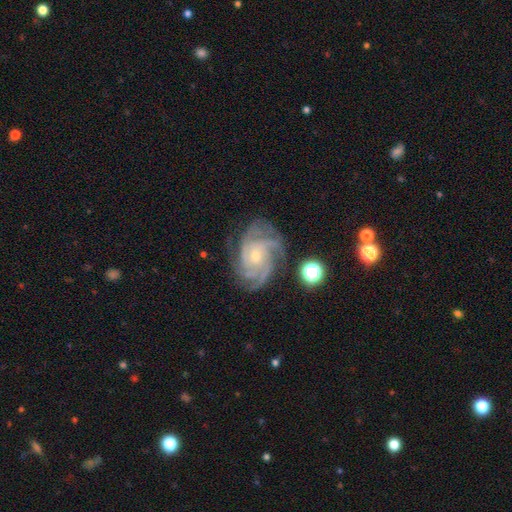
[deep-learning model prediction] A featured or disk galaxy (89%) with no bar (73%), 4 (39%) tight (64%) spiral arms (98%) and a small central bulge (63%).

Vote fractions:
- Smooth or featured? featured or disk: 89% / star or artifact: 7% / smooth: 5%
- Edge-on disk? no: 97% / yes: 3%
- Bar? no: 73% / weak: 22% / strong: 5%
- Spiral arms? yes: 98% / no: 2%
- Spiral winding? tight: 64% / medium: 31% / loose: 5%
- Spiral arm count? 4: 39% / 3: 19% / can't tell: 15% / more than 4: 14% / 2: 7% / 1: 6%
- Bulge size? small: 63% / moderate: 33% / large: 1% / none: 1% / dominant: 1%
- Merging? none: 75% / minor disturbance: 16% / major disturbance: 6% / merger: 2%